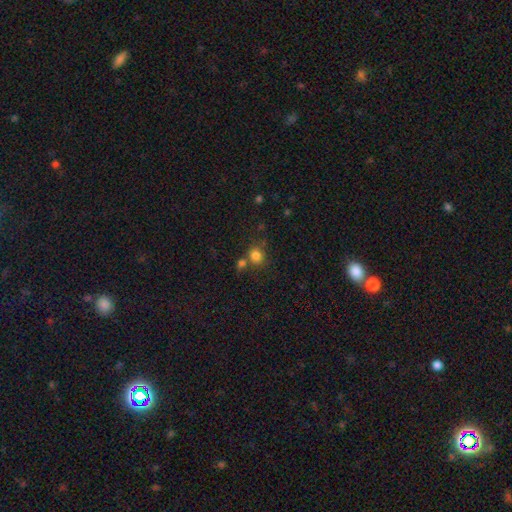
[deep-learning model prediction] Q: Smooth or featured?
A: smooth (81%); runner-up: star or artifact (13%)
Q: How rounded?
A: round (80%); runner-up: in between (19%)
Q: Merging?
A: none (61%); runner-up: merger (24%)